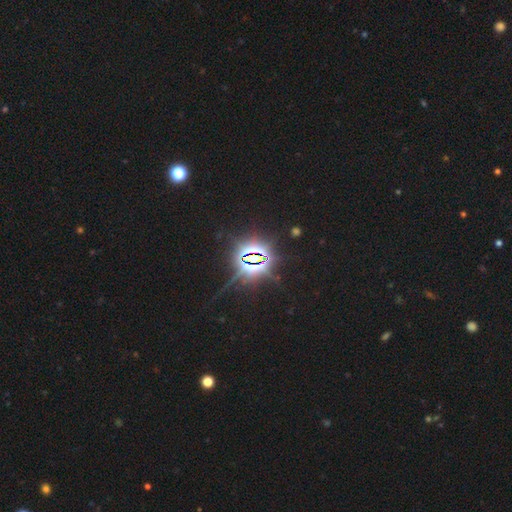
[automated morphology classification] Smooth or featured? Predicted: star or artifact (p=0.85).